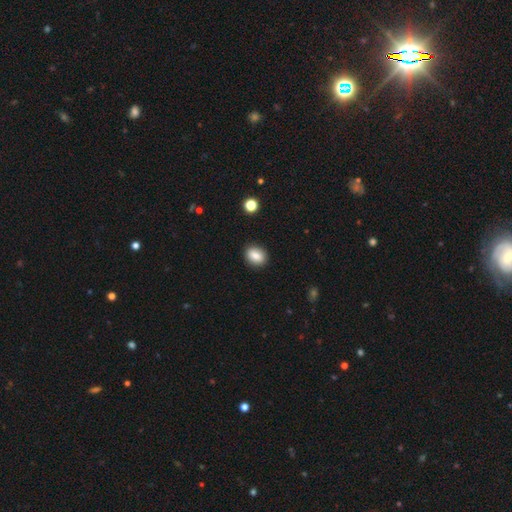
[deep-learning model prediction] Smooth or featured: smooth — 84% (star or artifact — 9%)
How rounded: in between — 53% (round — 46%)
Merging: none — 90% (minor disturbance — 7%)